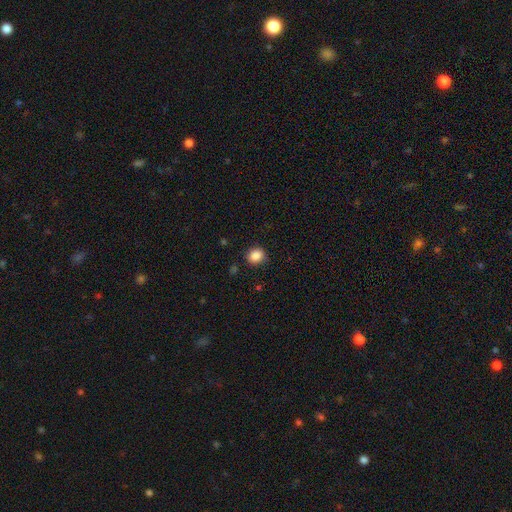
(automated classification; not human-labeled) The model was most divided on "how rounded": round: 73%, in between: 26%, cigar-shaped: 1%. More confident: smooth or featured — smooth (87%); merging — none (86%).